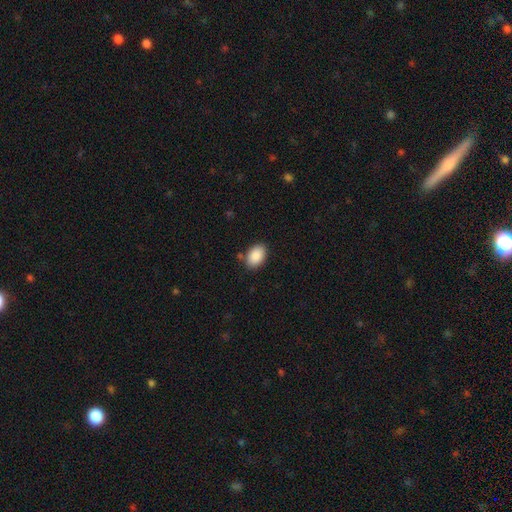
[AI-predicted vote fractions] Smooth or featured? smooth (89%)
How rounded? in between (86%)
Merging? none (84%)